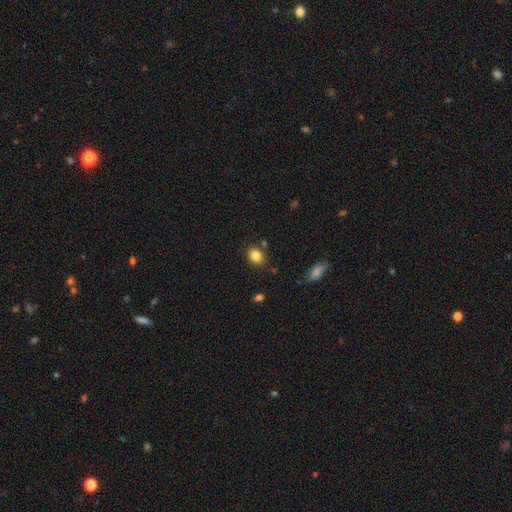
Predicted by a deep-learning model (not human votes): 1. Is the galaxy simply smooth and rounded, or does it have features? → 84% smooth, 10% star or artifact, 6% featured or disk.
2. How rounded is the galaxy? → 55% round, 44% in between, 1% cigar-shaped.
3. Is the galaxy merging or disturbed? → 82% none, 11% minor disturbance, 4% merger, 3% major disturbance.